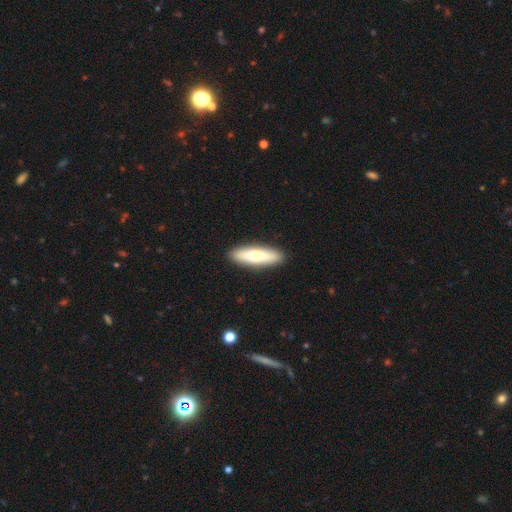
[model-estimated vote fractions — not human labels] This is likely a smooth galaxy (67%). How rounded: possibly cigar-shaped (58%). Merging: clearly none (91%).